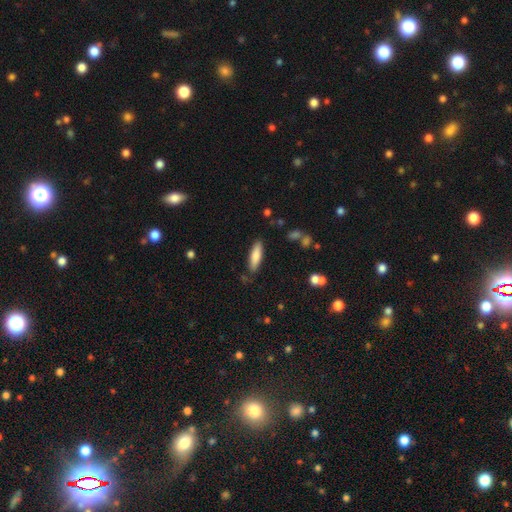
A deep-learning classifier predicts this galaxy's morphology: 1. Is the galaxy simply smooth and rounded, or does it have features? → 80% smooth, 13% featured or disk, 6% star or artifact.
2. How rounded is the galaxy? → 60% cigar-shaped, 38% in between, 1% round.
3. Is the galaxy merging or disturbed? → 83% none, 12% minor disturbance, 3% major disturbance, 2% merger.